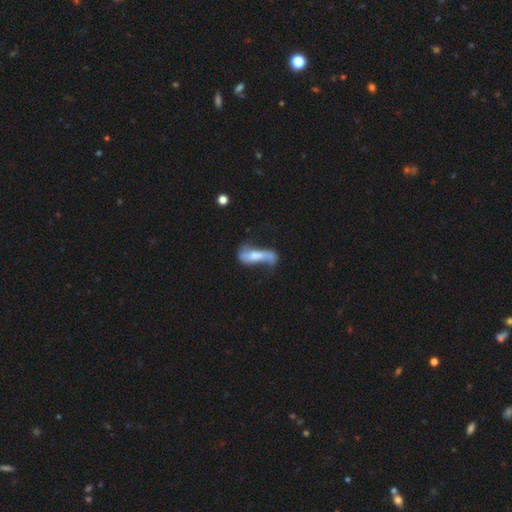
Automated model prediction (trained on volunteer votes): A smooth galaxy with no disk features (48%).

Vote fractions:
- Smooth or featured? smooth: 48% / featured or disk: 45% / star or artifact: 8%
- Merging? none: 30% / major disturbance: 29% / minor disturbance: 25% / merger: 16%